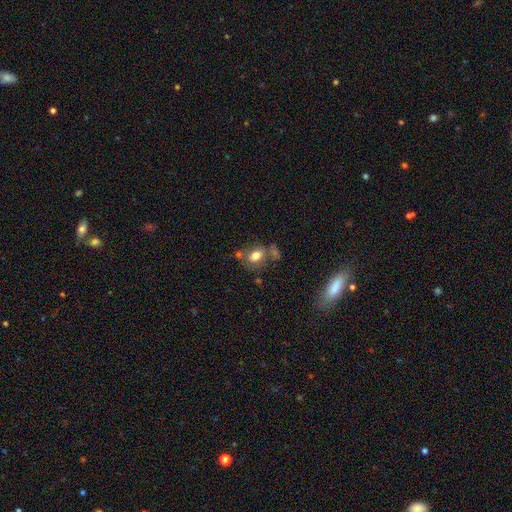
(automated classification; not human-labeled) smooth_or_featured: smooth (p=0.74) [alt: featured or disk p=0.15]
how_rounded: in between (p=0.70) [alt: round p=0.28]
merging: none (p=0.53) [alt: merger p=0.21]